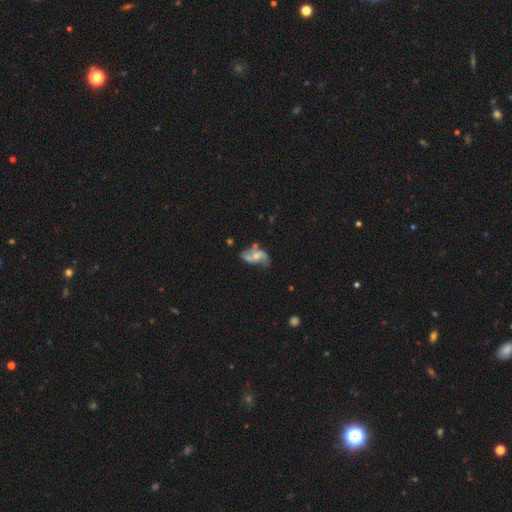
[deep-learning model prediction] Overall: featured or disk (76%). Edge-on disk: no (97%). Bar: no (59%; weak 32%). Spiral arms: yes (86%). Spiral arm count: 2 (72%). Spiral winding: loose (67%). Bulge size: moderate (46%; small 42%). Merging: none (48%; minor disturbance 23%).